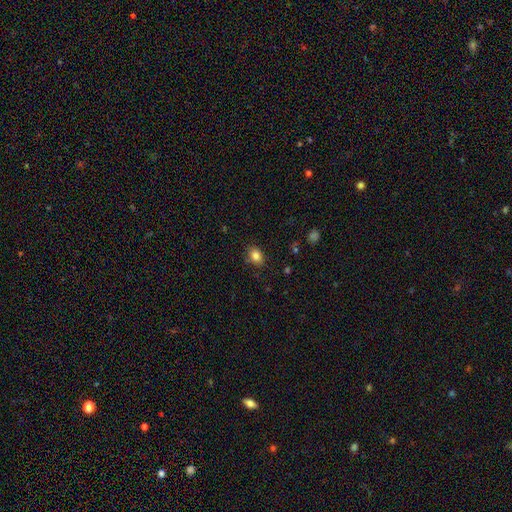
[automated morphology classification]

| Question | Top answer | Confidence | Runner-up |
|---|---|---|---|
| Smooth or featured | smooth | 84% | star or artifact (10%) |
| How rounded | in between | 63% | round (36%) |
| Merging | none | 83% | minor disturbance (13%) |